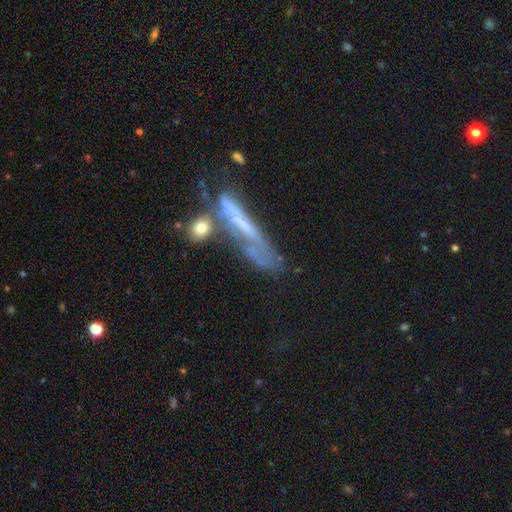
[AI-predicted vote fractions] The model was most divided on "edge-on disk": no: 51%, yes: 49%. Remaining: smooth or featured — featured or disk (52%); merging — none (30%).